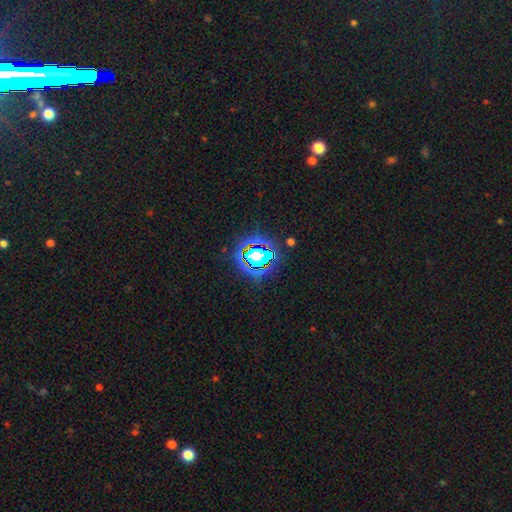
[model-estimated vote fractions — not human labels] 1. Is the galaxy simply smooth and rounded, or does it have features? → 60% star or artifact, 25% smooth, 15% featured or disk.